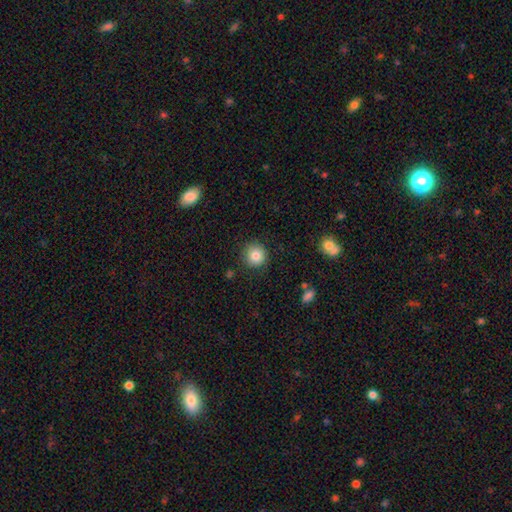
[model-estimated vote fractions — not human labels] A smooth galaxy with no disk features (84%) that is round (92%).

Vote fractions:
- Smooth or featured? smooth: 84% / star or artifact: 10% / featured or disk: 6%
- How rounded? round: 92% / in between: 7% / cigar-shaped: 1%
- Merging? none: 88% / minor disturbance: 8% / major disturbance: 3% / merger: 1%